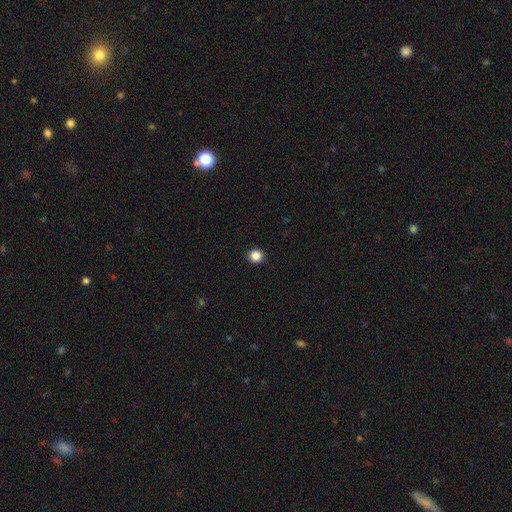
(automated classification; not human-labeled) smooth-or-featured: smooth: 86% | star or artifact: 11% | featured or disk: 3%
  how-rounded: round: 93% | in between: 6% | cigar-shaped: 1%
  merging: none: 94% | minor disturbance: 4% | major disturbance: 1% | merger: 1%